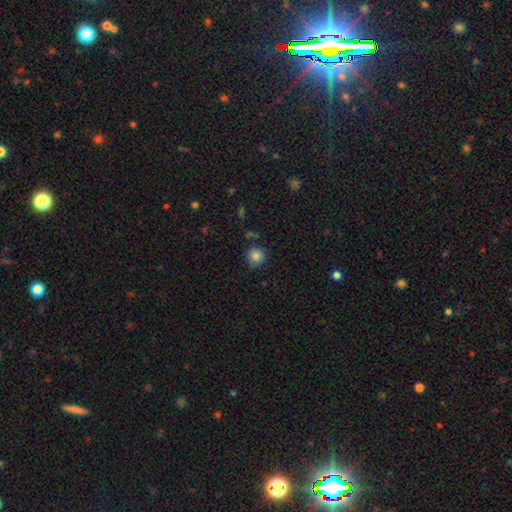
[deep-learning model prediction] smooth 84%, star or artifact 11%, featured or disk 6%. Down the decision tree: how rounded — round (91%); merging — none (78%).